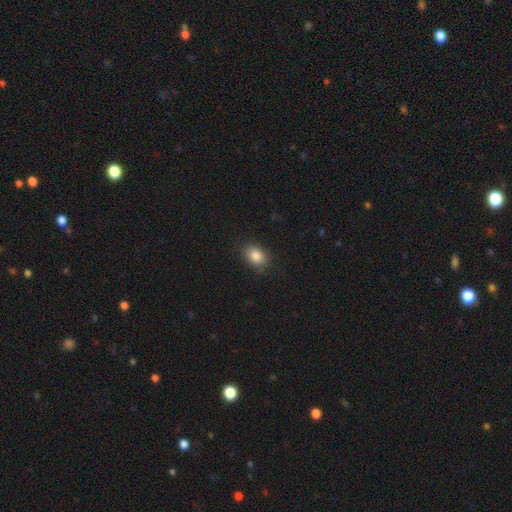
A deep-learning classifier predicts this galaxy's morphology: Smooth or featured? Predicted: smooth (p=0.85). How rounded? Predicted: in between (p=0.66). Merging? Predicted: none (p=0.84).